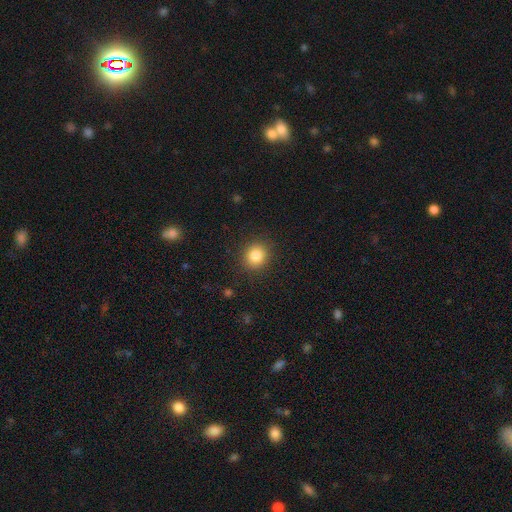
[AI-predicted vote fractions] A smooth galaxy with no disk features (85%) that is round (83%). Merging: none (89%).